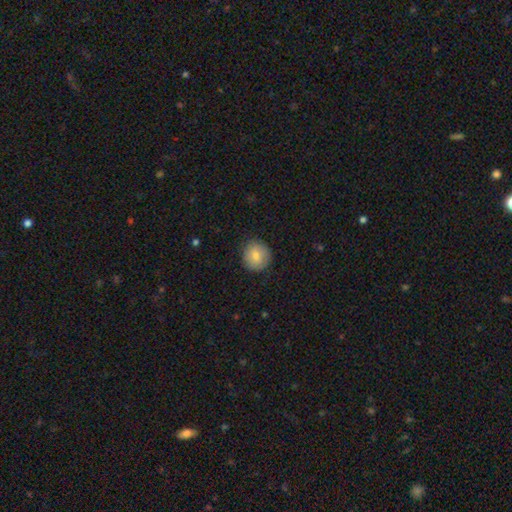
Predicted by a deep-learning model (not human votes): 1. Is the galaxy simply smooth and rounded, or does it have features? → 82% smooth, 11% featured or disk, 7% star or artifact.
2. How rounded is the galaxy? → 92% round, 7% in between, 1% cigar-shaped.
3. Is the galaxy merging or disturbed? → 87% none, 9% minor disturbance, 2% major disturbance, 1% merger.